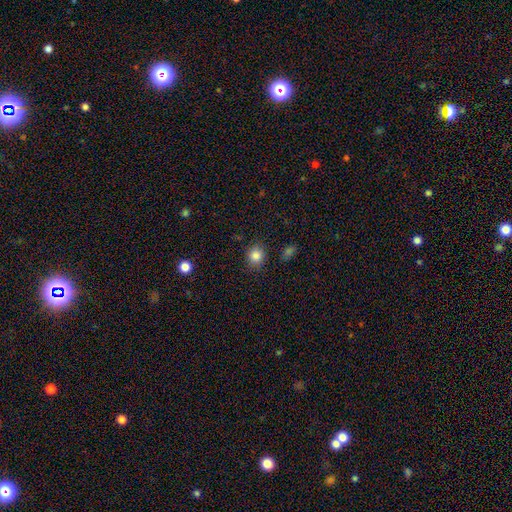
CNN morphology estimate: The model was most divided on "how rounded": round: 74%, in between: 25%, cigar-shaped: 1%. More confident: merging — none (85%); smooth or featured — smooth (84%).